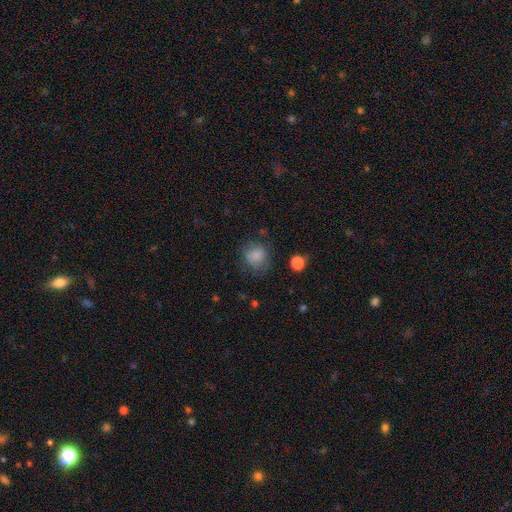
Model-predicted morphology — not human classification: smooth 79%, star or artifact 12%, featured or disk 10%. Down the decision tree: how rounded — round (74%); merging — none (65%).